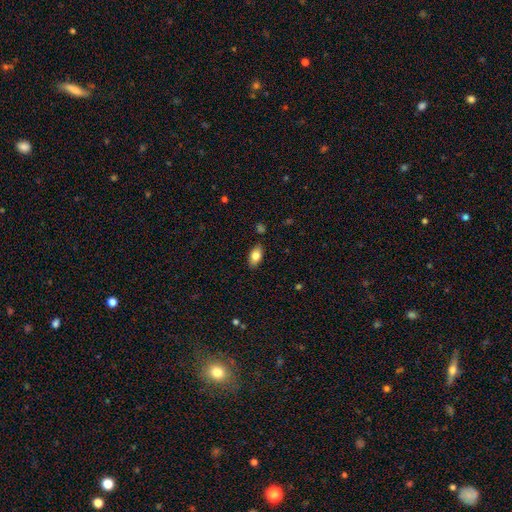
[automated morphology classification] Q: Smooth or featured?
A: smooth (79%); runner-up: featured or disk (14%)
Q: How rounded?
A: in between (89%); runner-up: cigar-shaped (6%)
Q: Merging?
A: none (86%); runner-up: minor disturbance (11%)